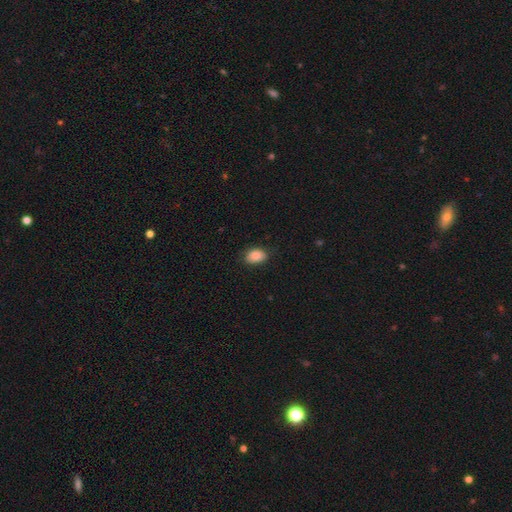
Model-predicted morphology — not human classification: smooth_or_featured: smooth (p=0.87) [alt: star or artifact p=0.08]
how_rounded: in between (p=0.82) [alt: round p=0.17]
merging: none (p=0.81) [alt: minor disturbance p=0.15]